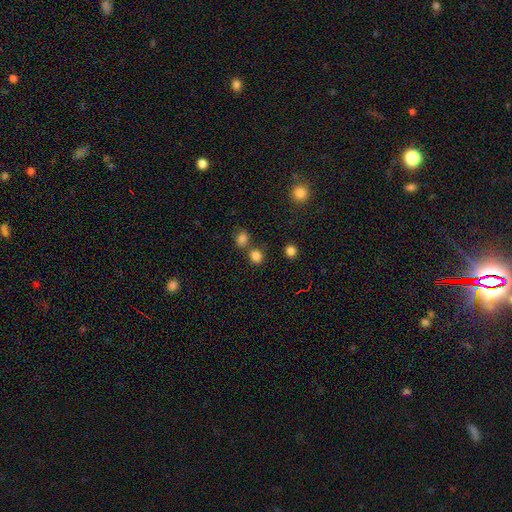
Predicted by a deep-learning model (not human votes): Smooth or featured: smooth — 82% (star or artifact — 13%)
How rounded: round — 80% (in between — 19%)
Merging: none — 67% (merger — 21%)